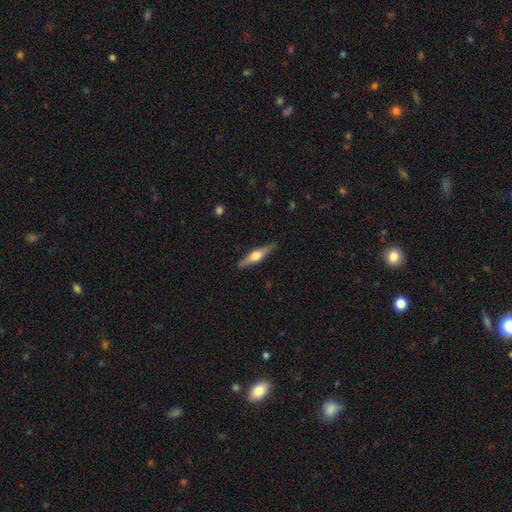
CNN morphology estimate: This appears to be a featured or disk galaxy (69%) viewed edge-on (97%) with a rounded central bulge (93%). Merging: none (88%).